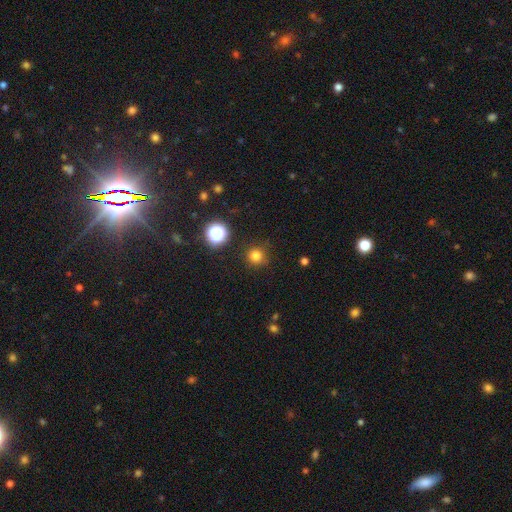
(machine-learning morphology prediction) smooth-or-featured: smooth: 79% | star or artifact: 17% | featured or disk: 4%
  how-rounded: round: 95% | in between: 4% | cigar-shaped: 1%
  merging: none: 89% | minor disturbance: 7% | major disturbance: 3% | merger: 1%